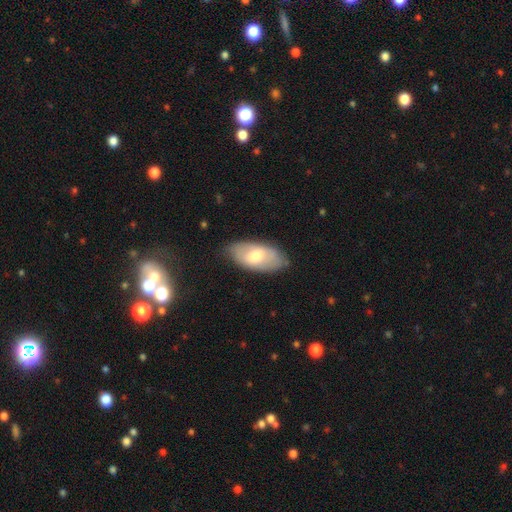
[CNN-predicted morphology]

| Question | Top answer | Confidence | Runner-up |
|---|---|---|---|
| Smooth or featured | smooth | 60% | featured or disk (33%) |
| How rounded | in between | 93% | cigar-shaped (4%) |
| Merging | none | 77% | minor disturbance (17%) |